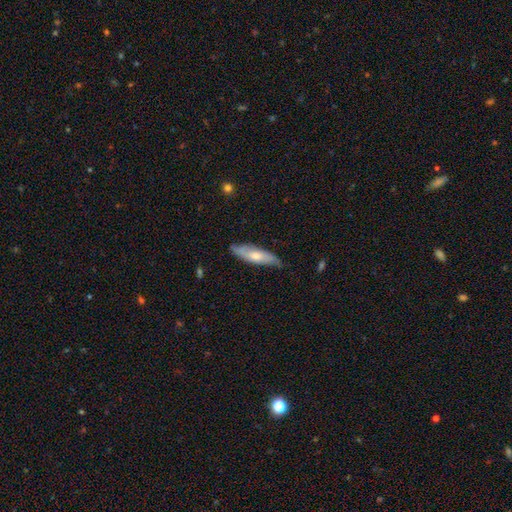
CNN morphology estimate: This appears to be a smooth galaxy with no disk features (51%) that is cigar-shaped (57%). Merging: none (72%).